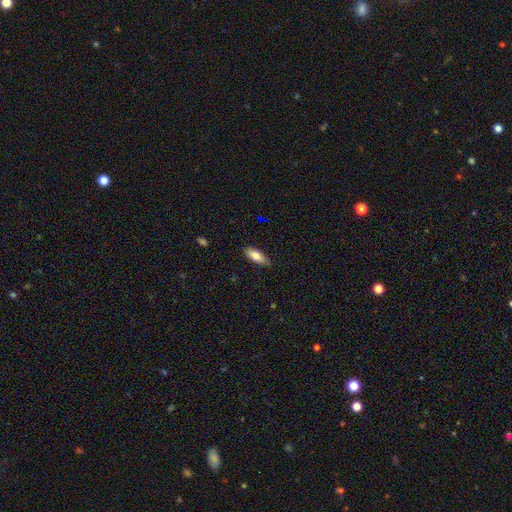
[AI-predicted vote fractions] Smooth or featured? smooth (79%)
How rounded? in between (71%)
Merging? none (83%)